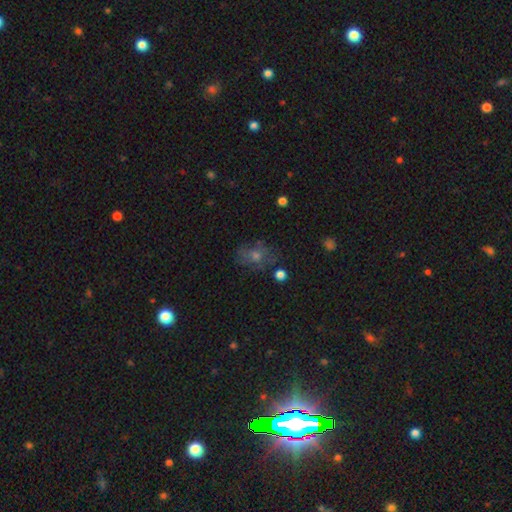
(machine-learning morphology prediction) A smooth galaxy with no disk features (49%).

Vote fractions:
- Smooth or featured? smooth: 49% / featured or disk: 26% / star or artifact: 25%
- Merging? none: 67% / minor disturbance: 19% / major disturbance: 10% / merger: 4%